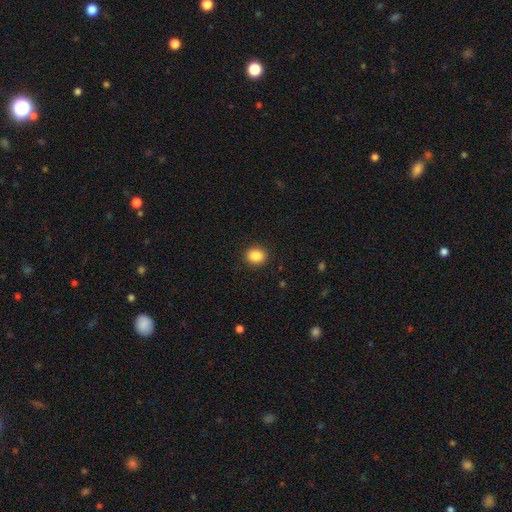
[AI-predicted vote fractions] A smooth galaxy with no disk features (87%) that is round (76%). Merging: none (91%).